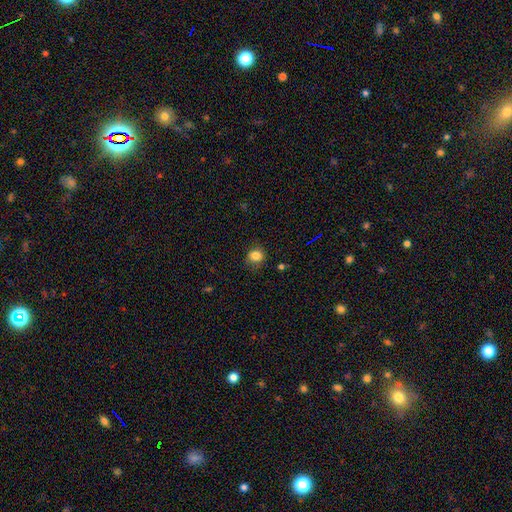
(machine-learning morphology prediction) The model was most divided on "how rounded": round: 78%, in between: 22%, cigar-shaped: 1%. More confident: smooth or featured — smooth (83%); merging — none (77%).